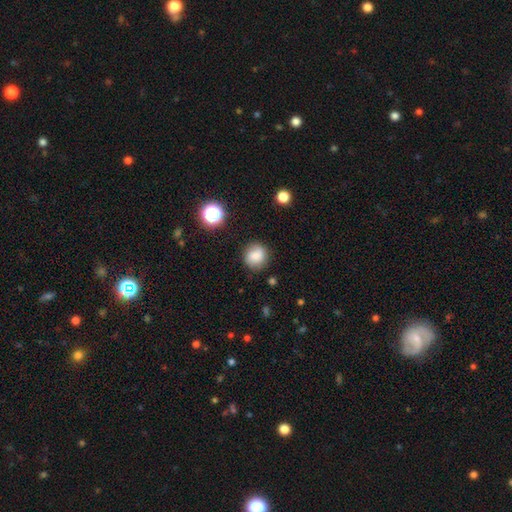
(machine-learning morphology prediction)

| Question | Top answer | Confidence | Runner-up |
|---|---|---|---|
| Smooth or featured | smooth | 78% | star or artifact (11%) |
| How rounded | round | 86% | in between (13%) |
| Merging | none | 81% | minor disturbance (13%) |